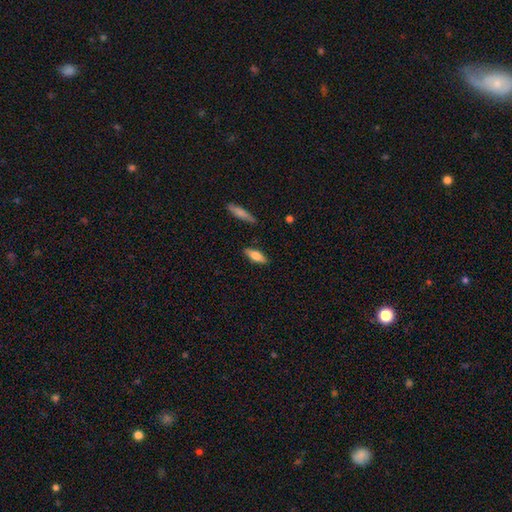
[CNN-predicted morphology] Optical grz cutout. It shows a smooth galaxy with no disk features (70%) that is in between round and cigar-shaped (64%). Merging: none (85%).